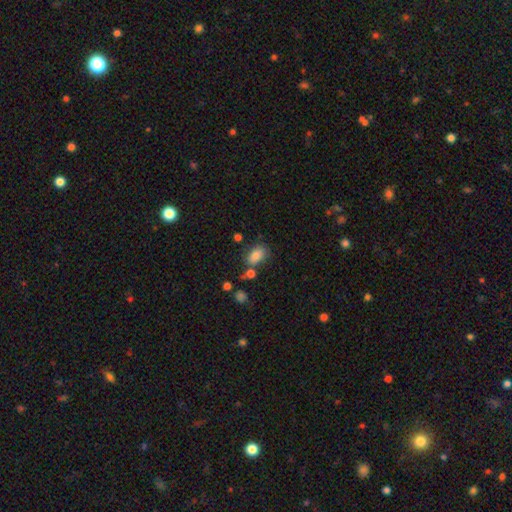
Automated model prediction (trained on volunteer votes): A smooth galaxy with no disk features (81%) that is in between round and cigar-shaped (86%). Merging: none (66%).